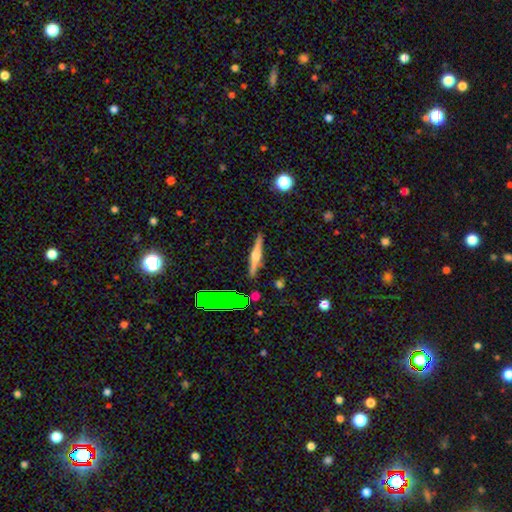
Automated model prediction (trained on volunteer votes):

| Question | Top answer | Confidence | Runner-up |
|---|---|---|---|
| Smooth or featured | featured or disk | 61% | smooth (30%) |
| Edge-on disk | yes | 97% | no (3%) |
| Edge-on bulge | rounded | 83% | boxy (10%) |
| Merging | none | 88% | minor disturbance (8%) |